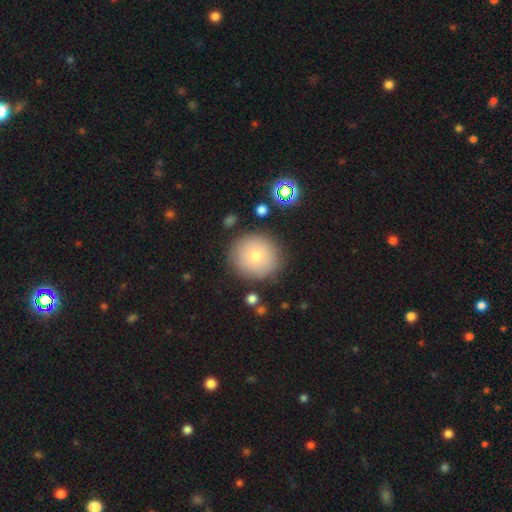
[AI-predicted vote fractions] Smooth or featured: smooth — 76% (featured or disk — 14%)
How rounded: round — 93% (in between — 6%)
Merging: none — 84% (minor disturbance — 10%)